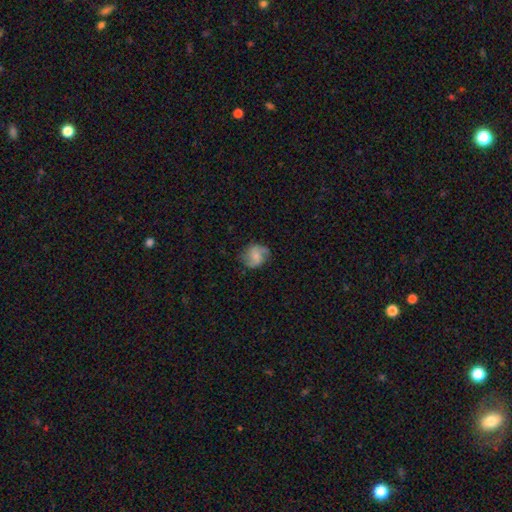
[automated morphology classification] A smooth galaxy with no disk features (50%) that is round (67%).

Vote fractions:
- Smooth or featured? smooth: 50% / featured or disk: 41% / star or artifact: 8%
- How rounded? round: 67% / in between: 32% / cigar-shaped: 1%
- Merging? none: 66% / minor disturbance: 24% / major disturbance: 8% / merger: 1%